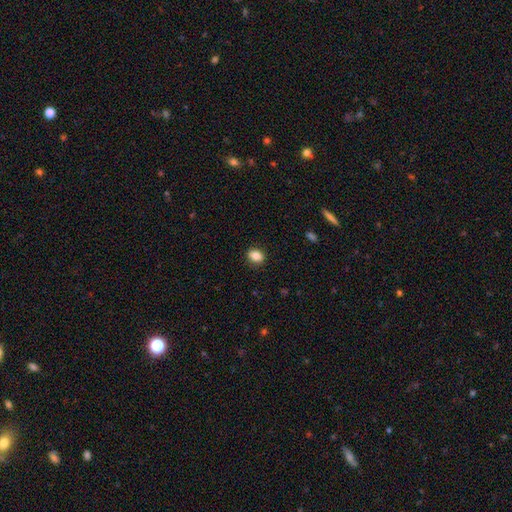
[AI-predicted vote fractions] Smooth or featured? Predicted: smooth (p=0.86). How rounded? Predicted: in between (p=0.62). Merging? Predicted: none (p=0.88).